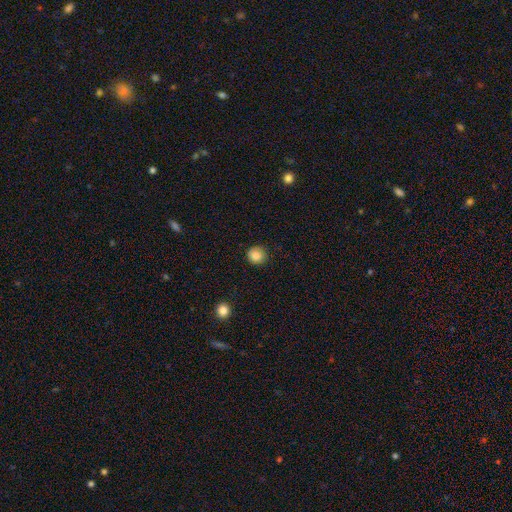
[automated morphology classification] Smooth or featured?
  - smooth: 85% *
  - star or artifact: 10%
  - featured or disk: 5%
How rounded?
  - round: 90% *
  - in between: 9%
  - cigar-shaped: 1%
Merging?
  - none: 89% *
  - minor disturbance: 8%
  - major disturbance: 2%
  - merger: 1%